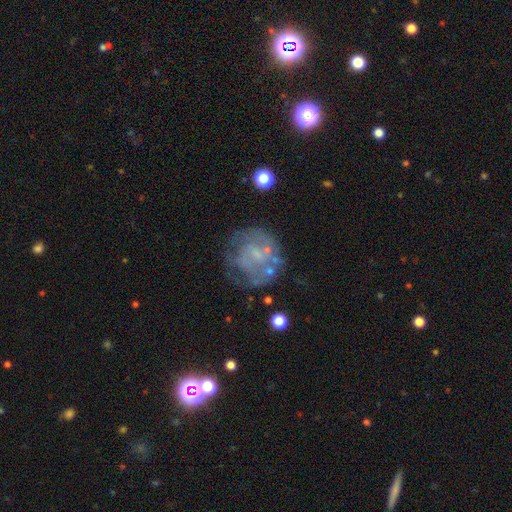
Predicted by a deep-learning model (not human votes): Smooth or featured? featured or disk (63%)
Edge-on disk? no (98%)
Bar? no (72%)
Spiral arms? no (55%)
Bulge size? none (46%)
Merging? none (55%)